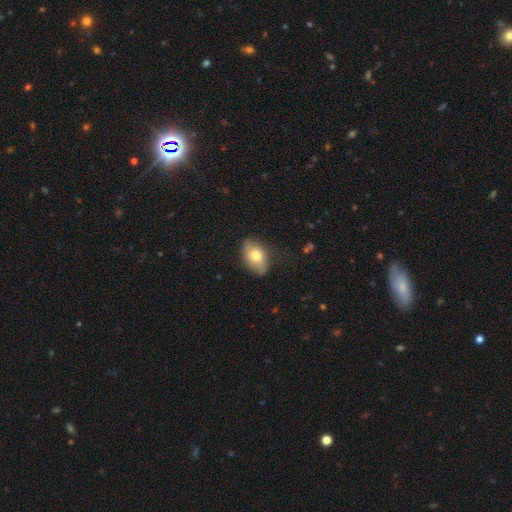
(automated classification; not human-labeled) Smooth or featured?
  - smooth: 74% *
  - featured or disk: 19%
  - star or artifact: 7%
How rounded?
  - in between: 86% *
  - round: 12%
  - cigar-shaped: 2%
Merging?
  - none: 71% *
  - minor disturbance: 22%
  - major disturbance: 5%
  - merger: 1%